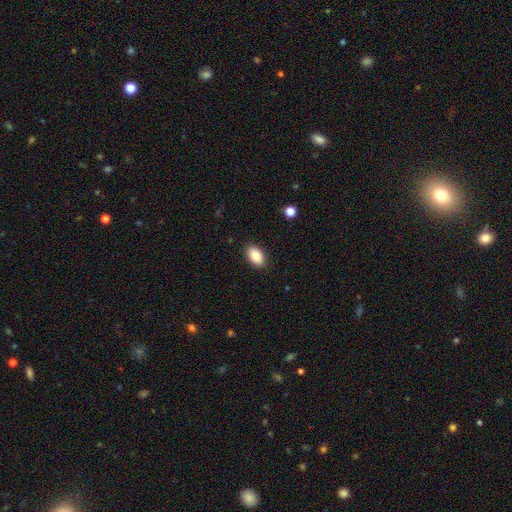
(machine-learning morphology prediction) Smooth or featured: smooth — 86% (star or artifact — 7%)
How rounded: in between — 92% (round — 6%)
Merging: none — 88% (minor disturbance — 9%)